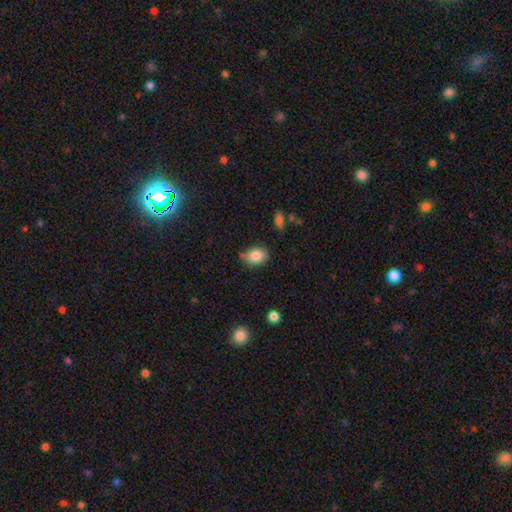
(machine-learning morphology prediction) Overall: smooth (84%). How rounded: in between (67%; round 31%). Merging: none (70%).